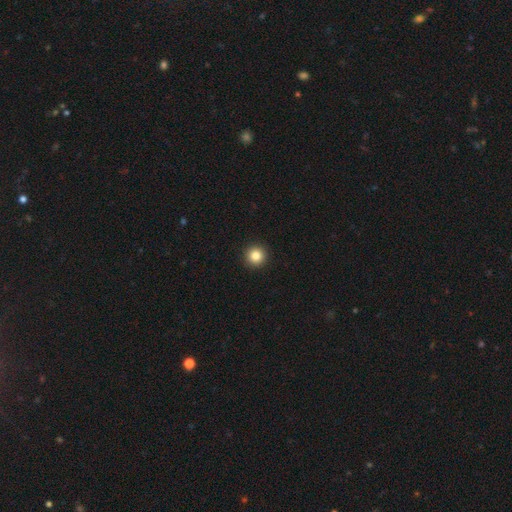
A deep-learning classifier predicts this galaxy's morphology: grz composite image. It shows a smooth galaxy with no disk features (84%) that is round (96%). Merging: none (94%).